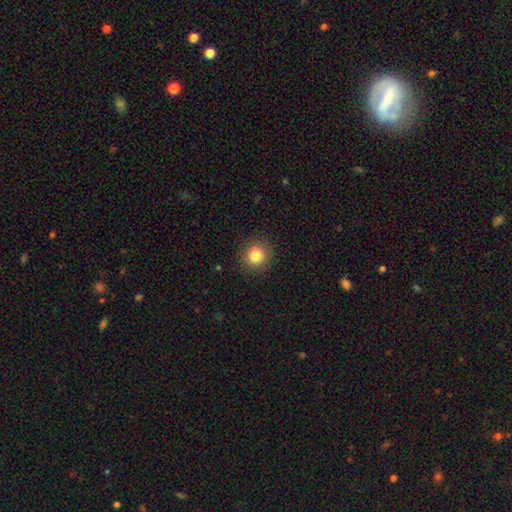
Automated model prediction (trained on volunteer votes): A smooth galaxy with no disk features (83%) that is round (92%).

Vote fractions:
- Smooth or featured? smooth: 83% / star or artifact: 11% / featured or disk: 6%
- How rounded? round: 92% / in between: 7% / cigar-shaped: 1%
- Merging? none: 91% / minor disturbance: 6% / major disturbance: 2% / merger: 1%